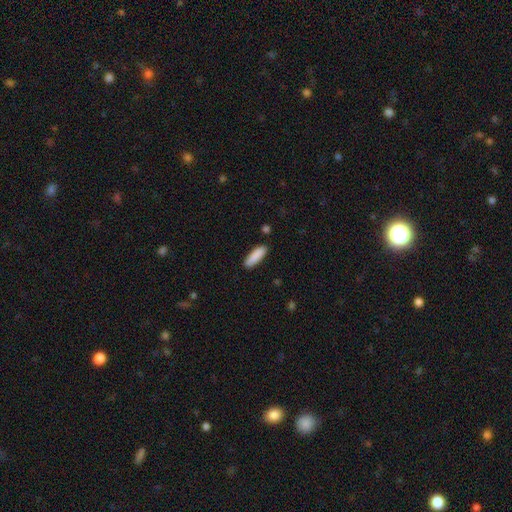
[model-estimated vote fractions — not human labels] A smooth galaxy with no disk features (89%) that is cigar-shaped (54%).

Vote fractions:
- Smooth or featured? smooth: 89% / star or artifact: 6% / featured or disk: 5%
- How rounded? cigar-shaped: 54% / in between: 44% / round: 1%
- Merging? none: 87% / minor disturbance: 9% / major disturbance: 2% / merger: 2%